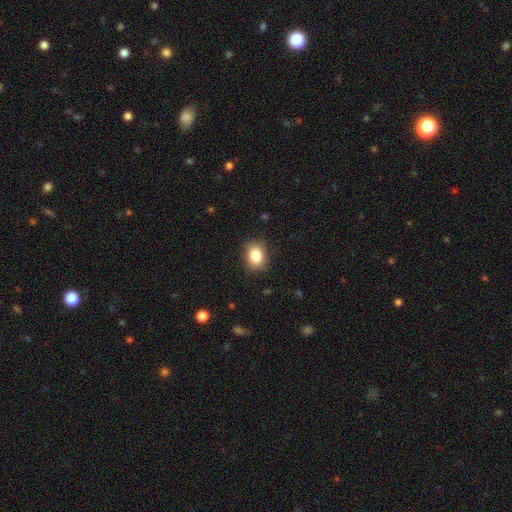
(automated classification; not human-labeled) Overall: smooth (84%). How rounded: in between (64%; round 35%). Merging: none (86%).